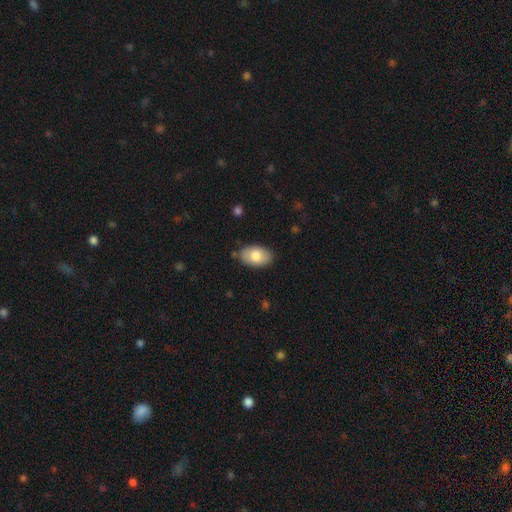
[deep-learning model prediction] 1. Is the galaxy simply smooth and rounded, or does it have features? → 79% smooth, 15% featured or disk, 6% star or artifact.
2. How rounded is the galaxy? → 93% in between, 6% round, 1% cigar-shaped.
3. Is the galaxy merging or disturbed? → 83% none, 13% minor disturbance, 2% major disturbance, 2% merger.